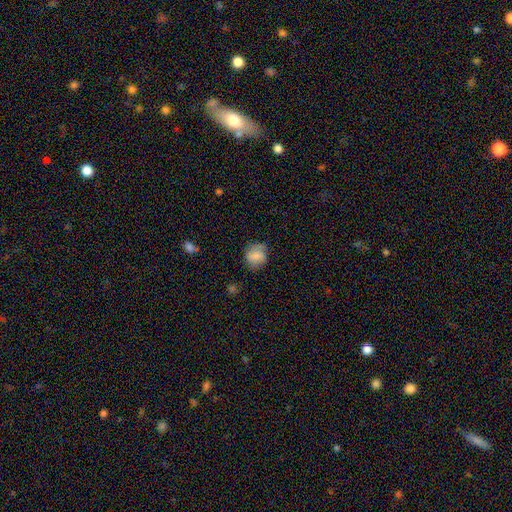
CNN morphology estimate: Smooth or featured? smooth (75%)
How rounded? round (75%)
Merging? none (68%)